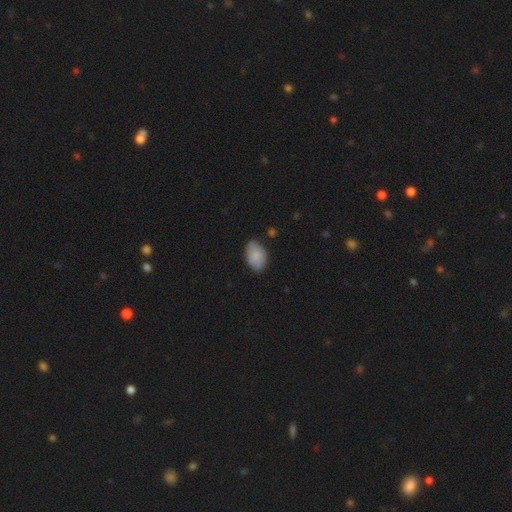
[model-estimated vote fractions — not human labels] This appears to be a smooth galaxy with no disk features (85%) that is in between round and cigar-shaped (90%). Merging: none (77%).